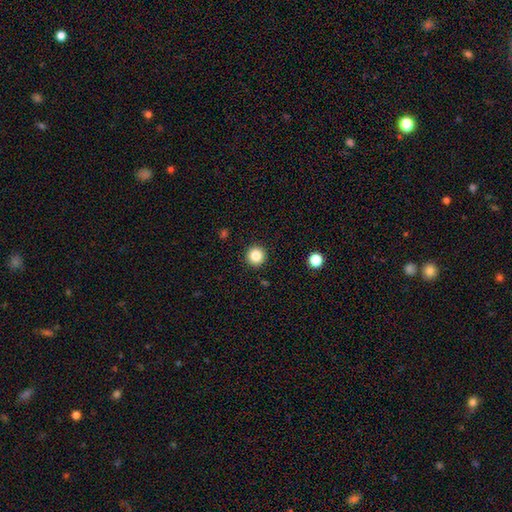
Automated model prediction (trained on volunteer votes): smooth_or_featured: smooth (p=0.85) [alt: star or artifact p=0.11]
how_rounded: round (p=0.96) [alt: in between p=0.03]
merging: none (p=0.93) [alt: minor disturbance p=0.05]